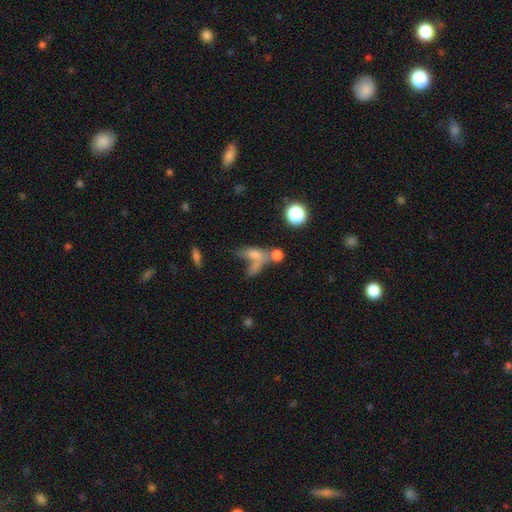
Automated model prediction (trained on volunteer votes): Smooth or featured?
  - smooth: 62% *
  - featured or disk: 23%
  - star or artifact: 15%
How rounded?
  - in between: 60% *
  - cigar-shaped: 26%
  - round: 14%
Merging?
  - merger: 46% *
  - none: 26%
  - major disturbance: 16%
  - minor disturbance: 12%